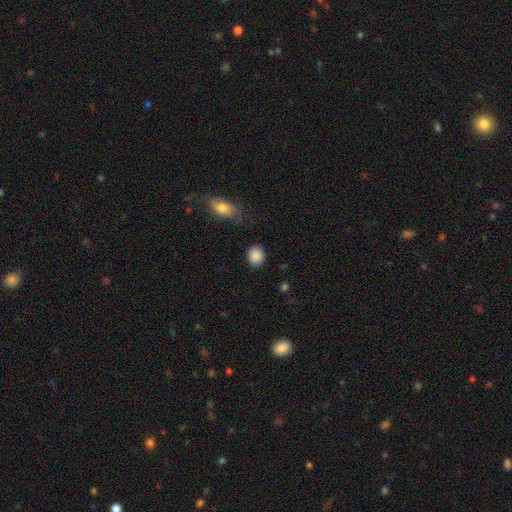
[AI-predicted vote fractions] A smooth galaxy with no disk features (88%) that is round (66%).

Vote fractions:
- Smooth or featured? smooth: 88% / star or artifact: 8% / featured or disk: 4%
- How rounded? round: 66% / in between: 33% / cigar-shaped: 1%
- Merging? none: 85% / minor disturbance: 9% / major disturbance: 3% / merger: 2%